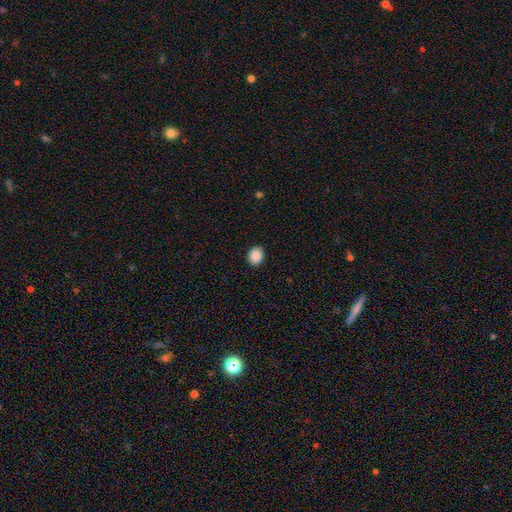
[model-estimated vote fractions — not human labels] This appears to be a smooth galaxy with no disk features (90%) that is round (54%). Merging: none (91%).